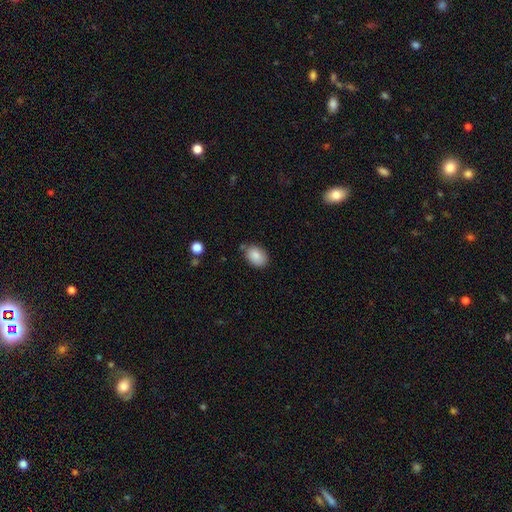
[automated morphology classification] Smooth or featured? smooth (86%)
How rounded? in between (74%)
Merging? none (71%)